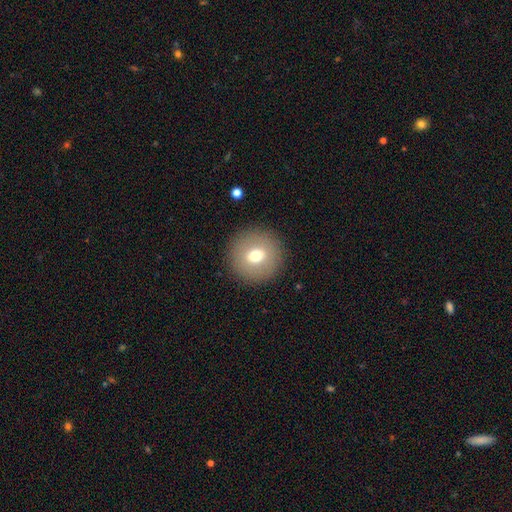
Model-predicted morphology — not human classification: type=smooth (69%); roundness=round (93%); merging=none (90%).